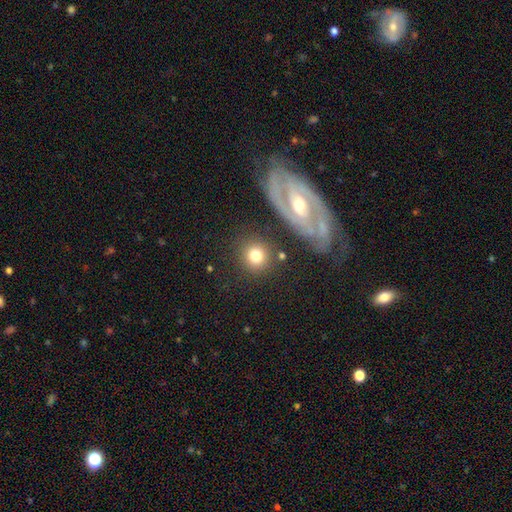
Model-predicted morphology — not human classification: smooth 77%, featured or disk 14%, star or artifact 9%. Down the decision tree: how rounded — round (88%); merging — none (79%).